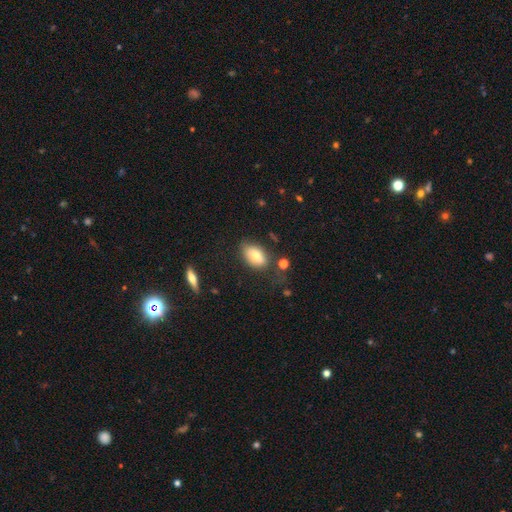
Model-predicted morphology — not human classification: Overall: smooth (74%). How rounded: in between (89%). Merging: none (65%).